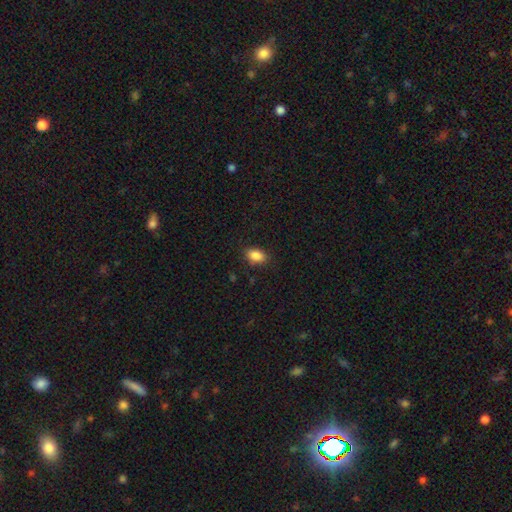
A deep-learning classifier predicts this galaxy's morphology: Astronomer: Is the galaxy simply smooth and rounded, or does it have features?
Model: smooth — 87%.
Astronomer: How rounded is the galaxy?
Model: in between — 86%.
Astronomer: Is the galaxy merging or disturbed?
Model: none — 86%.